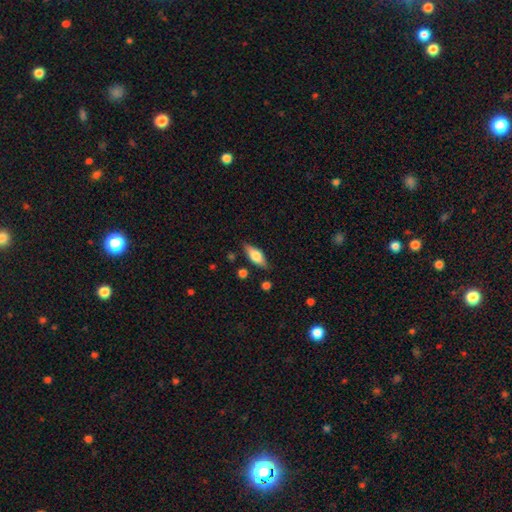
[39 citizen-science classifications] Overall: featured or disk (51%; smooth 46%). Edge-on disk: yes (90%). Edge-on bulge: rounded (89%). Merging: none (66%).